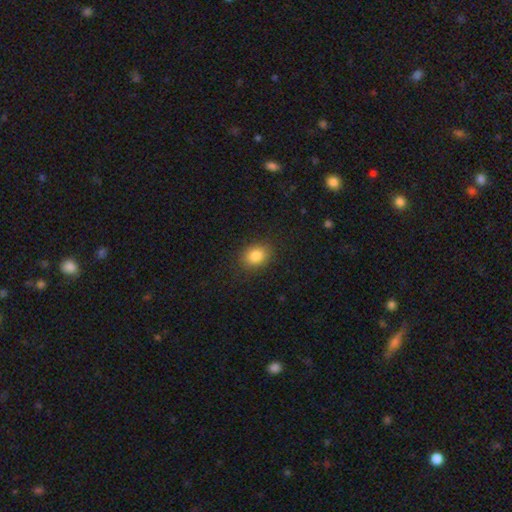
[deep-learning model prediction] Overall: smooth (84%). How rounded: in between (58%; round 41%). Merging: none (86%).